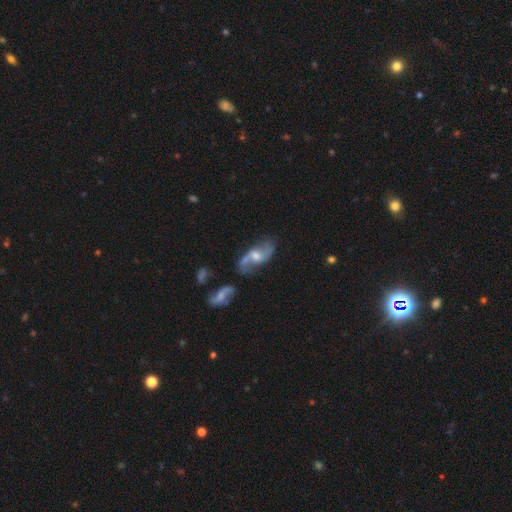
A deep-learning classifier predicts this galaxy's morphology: Q: Smooth or featured?
A: featured or disk (77%); runner-up: smooth (16%)
Q: Edge-on disk?
A: no (94%); runner-up: yes (6%)
Q: Bar?
A: weak (46%); runner-up: no (43%)
Q: Spiral arms?
A: yes (89%); runner-up: no (11%)
Q: Spiral winding?
A: loose (70%); runner-up: medium (24%)
Q: Spiral arm count?
A: 2 (89%); runner-up: can't tell (5%)
Q: Bulge size?
A: moderate (56%); runner-up: small (29%)
Q: Merging?
A: none (54%); runner-up: merger (18%)